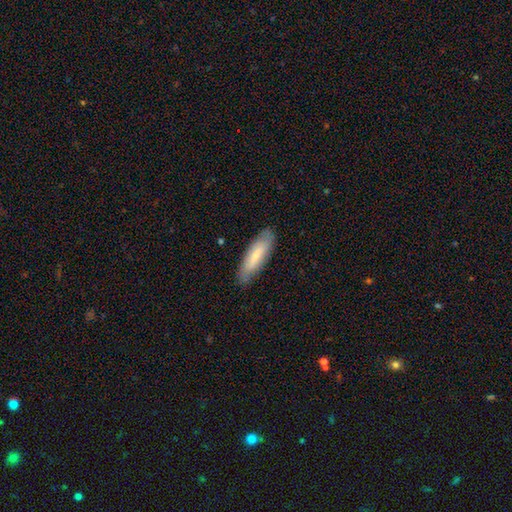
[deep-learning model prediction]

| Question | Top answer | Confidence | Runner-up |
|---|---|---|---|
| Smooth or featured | smooth | 70% | featured or disk (25%) |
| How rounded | cigar-shaped | 54% | in between (45%) |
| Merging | none | 85% | minor disturbance (12%) |